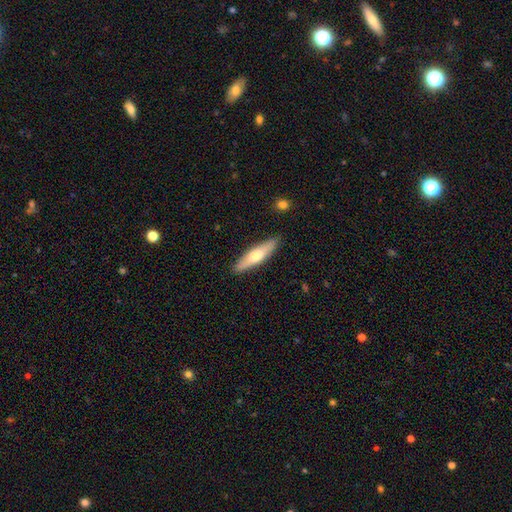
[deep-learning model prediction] Overall: smooth (56%; featured or disk 38%). How rounded: cigar-shaped (73%). Merging: none (88%).